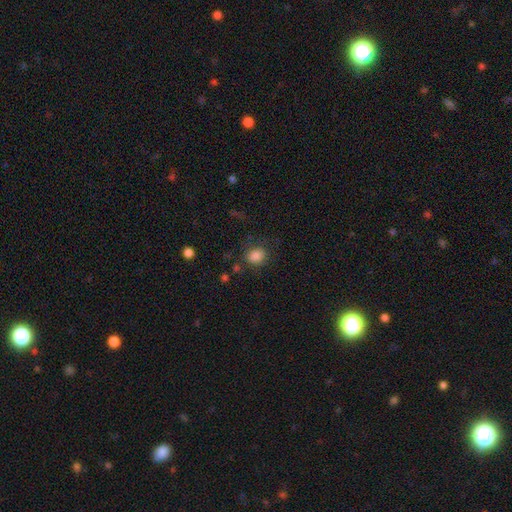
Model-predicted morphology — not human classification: Smooth or featured? smooth (84%)
How rounded? round (67%)
Merging? none (77%)